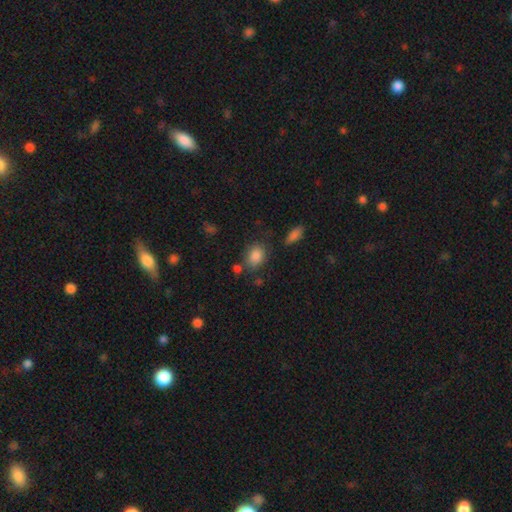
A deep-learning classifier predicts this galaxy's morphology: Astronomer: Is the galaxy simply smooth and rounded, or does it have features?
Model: smooth — 85%.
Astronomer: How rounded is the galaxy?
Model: in between — 64%.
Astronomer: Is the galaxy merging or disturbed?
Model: none — 69%.